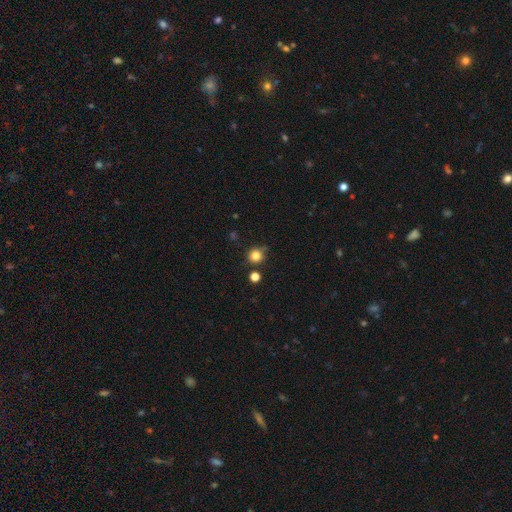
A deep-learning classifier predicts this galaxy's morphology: Overall: smooth (82%). How rounded: round (91%). Merging: none (77%).